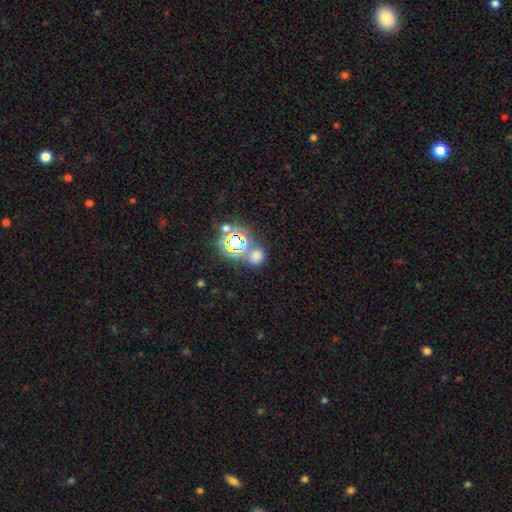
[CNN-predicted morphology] type=smooth (61%); roundness=round (64%); merging=none (62%).